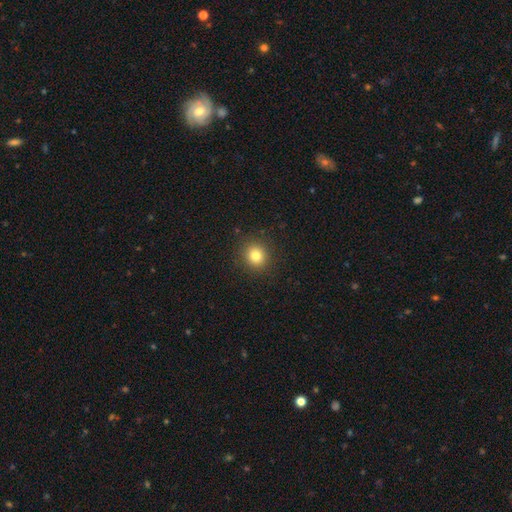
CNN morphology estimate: This appears to be a smooth galaxy with no disk features (81%) that is round (87%). Merging: none (91%).